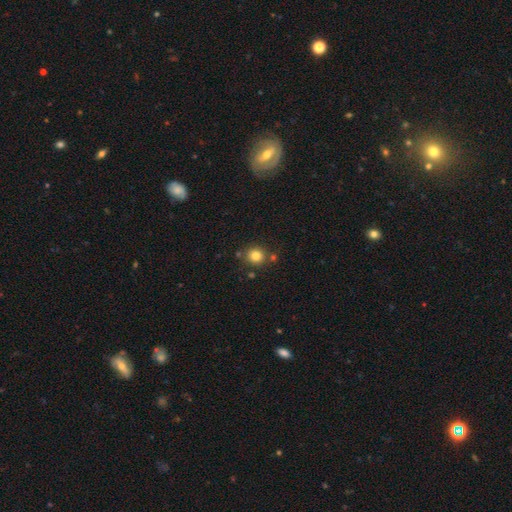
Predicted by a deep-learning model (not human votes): A smooth galaxy with no disk features (81%) that is round (86%). Merging: none (79%).